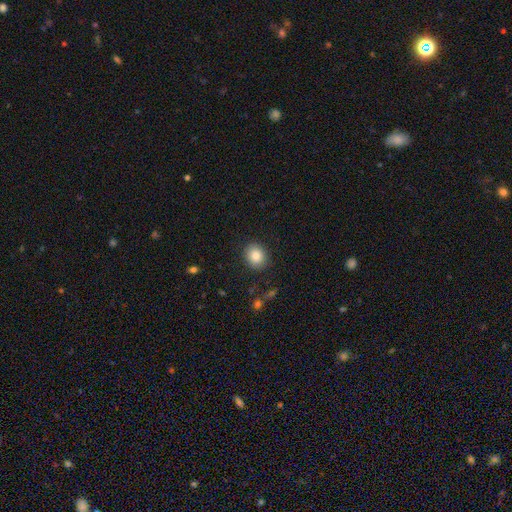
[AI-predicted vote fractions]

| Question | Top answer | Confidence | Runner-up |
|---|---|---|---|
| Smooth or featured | smooth | 84% | star or artifact (9%) |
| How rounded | round | 71% | in between (28%) |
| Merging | none | 88% | minor disturbance (8%) |